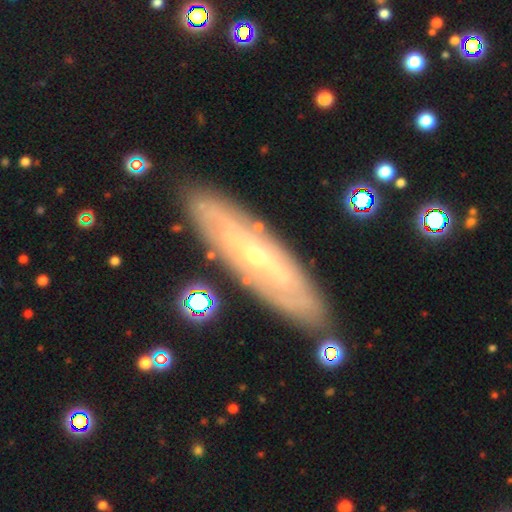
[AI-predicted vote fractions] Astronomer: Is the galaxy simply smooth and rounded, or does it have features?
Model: featured or disk — 77%.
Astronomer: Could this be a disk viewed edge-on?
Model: no — 68%.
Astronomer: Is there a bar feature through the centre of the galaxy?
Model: no — 58%.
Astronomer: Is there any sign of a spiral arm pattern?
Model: yes — 74%.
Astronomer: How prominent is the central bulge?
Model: small — 77%.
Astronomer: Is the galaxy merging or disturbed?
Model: none — 85%.